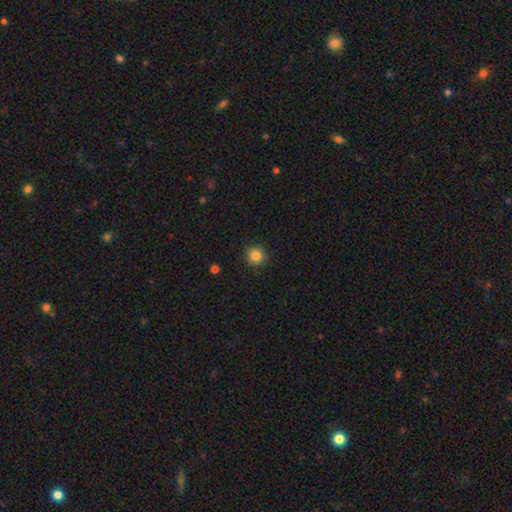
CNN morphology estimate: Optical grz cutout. It shows a smooth galaxy with no disk features (84%) that is round (90%). Merging: none (88%).